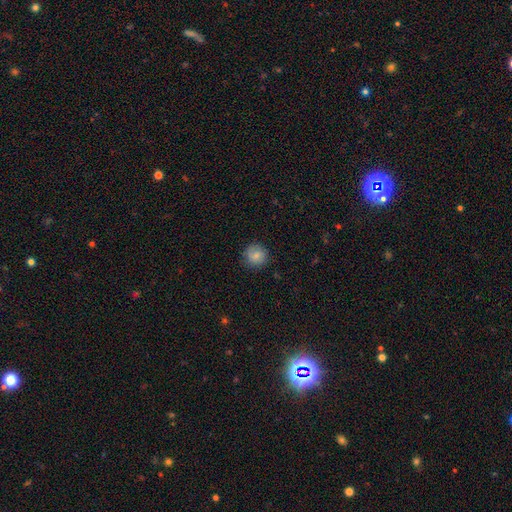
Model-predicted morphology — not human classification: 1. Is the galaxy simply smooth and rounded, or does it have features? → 81% smooth, 10% featured or disk, 8% star or artifact.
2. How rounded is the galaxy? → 91% round, 8% in between, 1% cigar-shaped.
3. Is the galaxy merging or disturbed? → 81% none, 15% minor disturbance, 4% major disturbance, 1% merger.